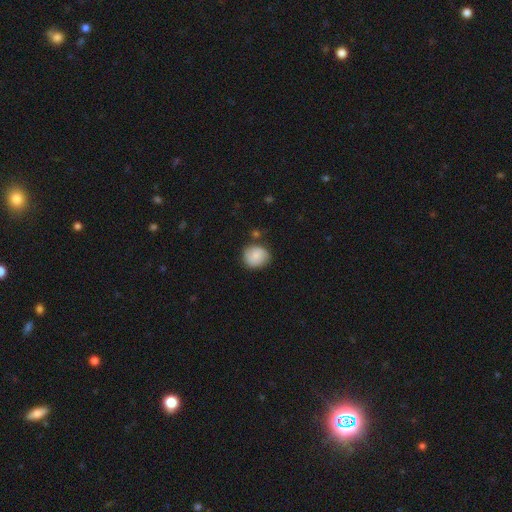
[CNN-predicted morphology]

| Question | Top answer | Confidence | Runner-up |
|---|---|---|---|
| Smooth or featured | smooth | 78% | featured or disk (15%) |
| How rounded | round | 80% | in between (19%) |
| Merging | none | 73% | minor disturbance (18%) |